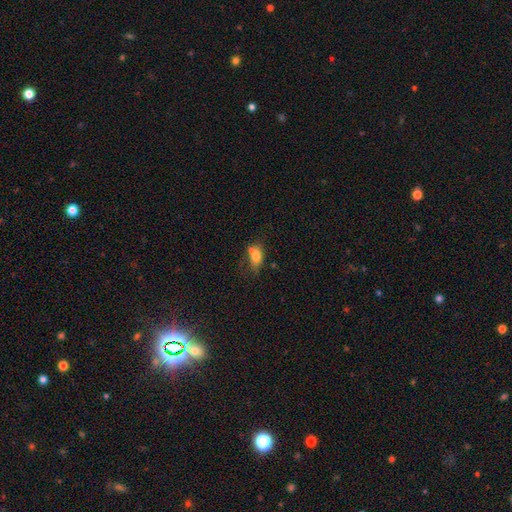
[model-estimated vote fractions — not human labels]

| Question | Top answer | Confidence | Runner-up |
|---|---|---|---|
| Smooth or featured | smooth | 74% | featured or disk (16%) |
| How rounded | in between | 81% | round (14%) |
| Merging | none | 37% | merger (30%) |